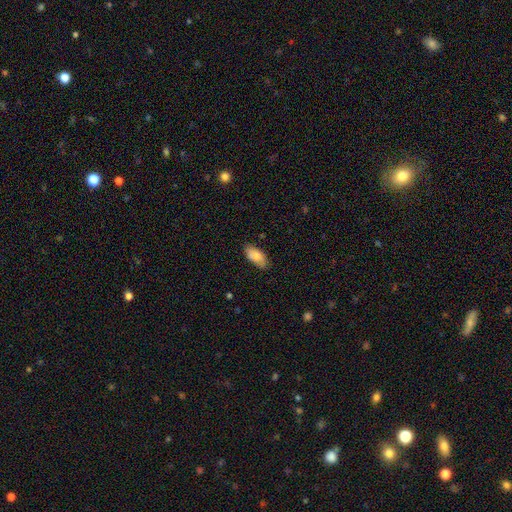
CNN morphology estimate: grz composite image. It shows a smooth galaxy with no disk features (74%) that is in between round and cigar-shaped (90%). Merging: none (77%).